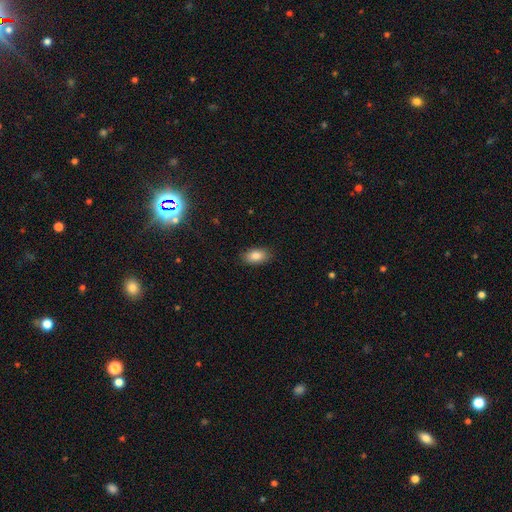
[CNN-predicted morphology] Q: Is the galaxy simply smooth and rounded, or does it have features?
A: smooth — 86%.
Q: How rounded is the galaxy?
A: in between — 92%.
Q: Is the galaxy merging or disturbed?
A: none — 87%.